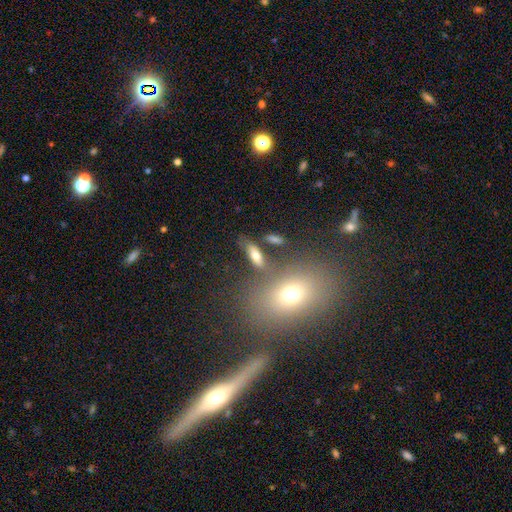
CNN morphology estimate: smooth-or-featured: smooth: 71% | featured or disk: 18% | star or artifact: 12%
  how-rounded: in between: 69% | cigar-shaped: 25% | round: 6%
  merging: none: 70% | minor disturbance: 13% | merger: 11% | major disturbance: 6%